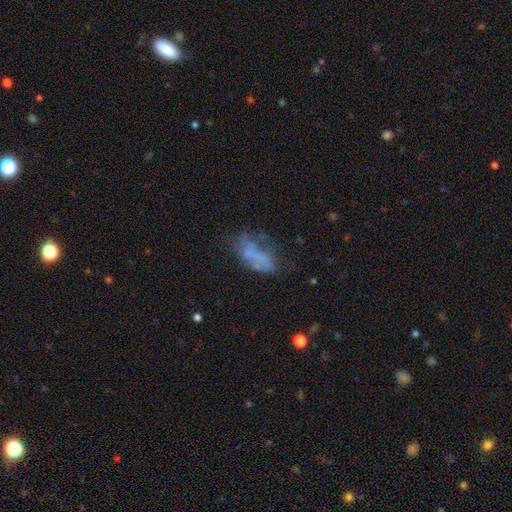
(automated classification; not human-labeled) The model was most divided on "merging": none: 40%, major disturbance: 28%, minor disturbance: 26%, merger: 6%. Remaining: smooth or featured — smooth (49%).